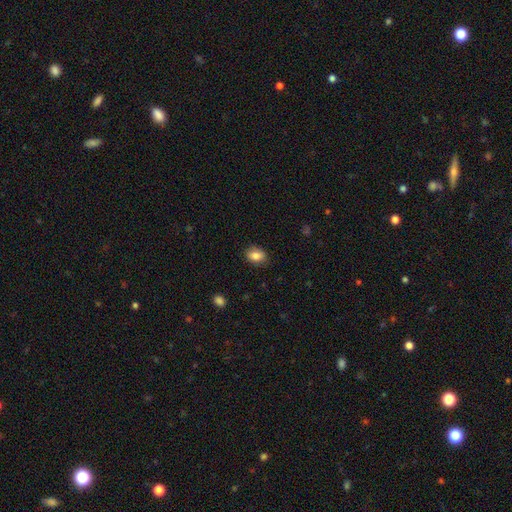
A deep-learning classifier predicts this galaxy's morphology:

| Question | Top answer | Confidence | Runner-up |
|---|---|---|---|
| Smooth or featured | smooth | 84% | star or artifact (8%) |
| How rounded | in between | 73% | round (26%) |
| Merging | none | 84% | minor disturbance (12%) |